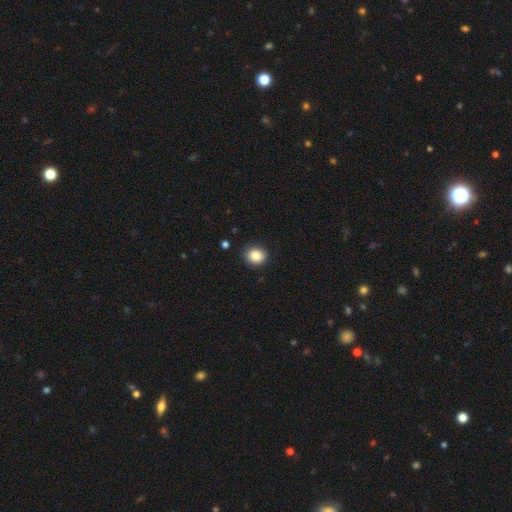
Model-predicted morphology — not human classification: Smooth or featured: smooth — 85% (star or artifact — 9%)
How rounded: round — 71% (in between — 28%)
Merging: none — 86% (minor disturbance — 10%)